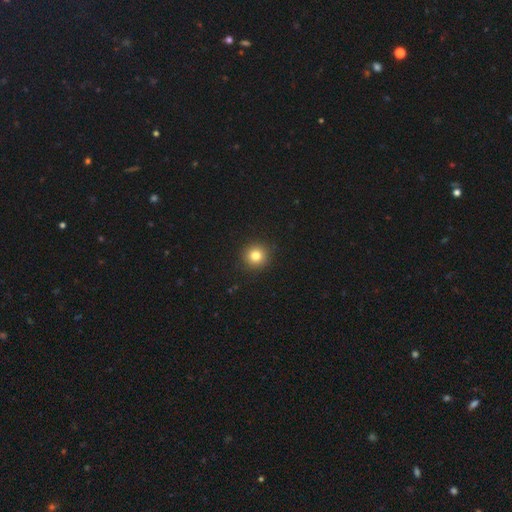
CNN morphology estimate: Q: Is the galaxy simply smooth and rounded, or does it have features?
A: smooth — 81%.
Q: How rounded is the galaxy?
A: round — 95%.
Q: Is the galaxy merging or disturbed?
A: none — 92%.